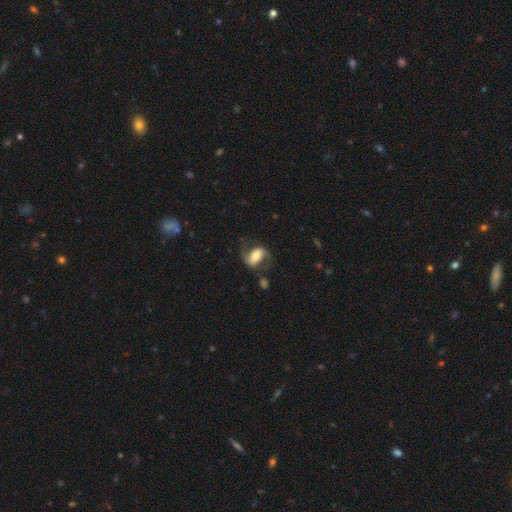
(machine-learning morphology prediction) smooth_or_featured: featured or disk (p=0.66) [alt: smooth p=0.27]
disk_edge_on: no (p=0.95) [alt: yes p=0.05]
bar: strong (p=0.41) [alt: weak p=0.32]
has_spiral_arms: yes (p=0.89) [alt: no p=0.11]
spiral_winding: loose (p=0.49) [alt: medium p=0.40]
spiral_arm_count: 2 (p=0.90) [alt: can't tell p=0.04]
bulge_size: moderate (p=0.49) [alt: large p=0.23]
merging: none (p=0.63) [alt: minor disturbance p=0.19]